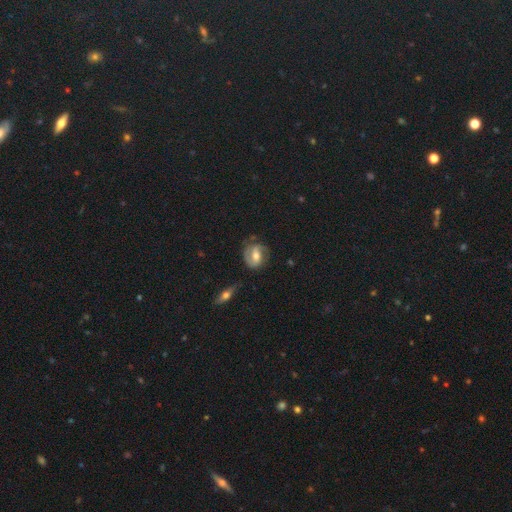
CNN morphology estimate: smooth_or_featured: featured or disk (p=0.69) [alt: smooth p=0.25]
disk_edge_on: no (p=0.96) [alt: yes p=0.04]
bar: weak (p=0.43) [alt: no p=0.31]
has_spiral_arms: yes (p=0.87) [alt: no p=0.13]
spiral_winding: medium (p=0.44) [alt: tight p=0.38]
spiral_arm_count: 2 (p=0.80) [alt: can't tell p=0.09]
bulge_size: moderate (p=0.68) [alt: small p=0.18]
merging: none (p=0.68) [alt: minor disturbance p=0.20]